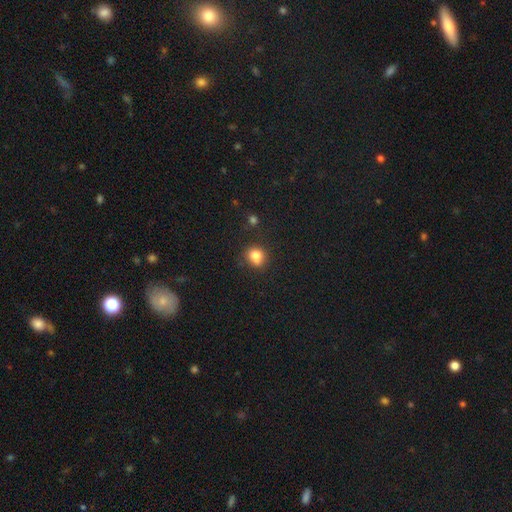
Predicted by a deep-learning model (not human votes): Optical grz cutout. It shows a smooth galaxy with no disk features (81%) that is round (73%). Merging: none (66%).